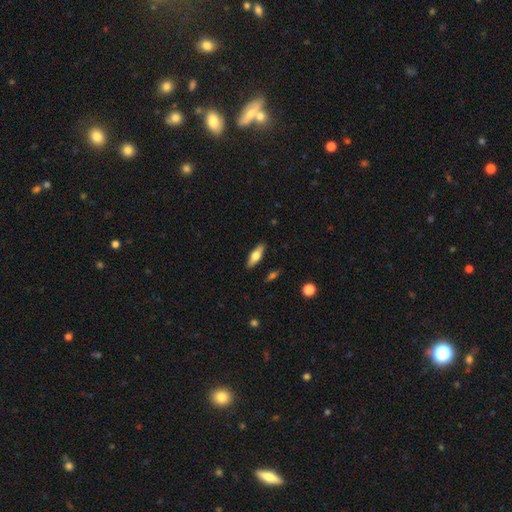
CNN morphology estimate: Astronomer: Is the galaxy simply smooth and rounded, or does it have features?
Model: smooth — 49% (runner-up: featured or disk, 45%).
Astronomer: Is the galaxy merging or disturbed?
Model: none — 89%.